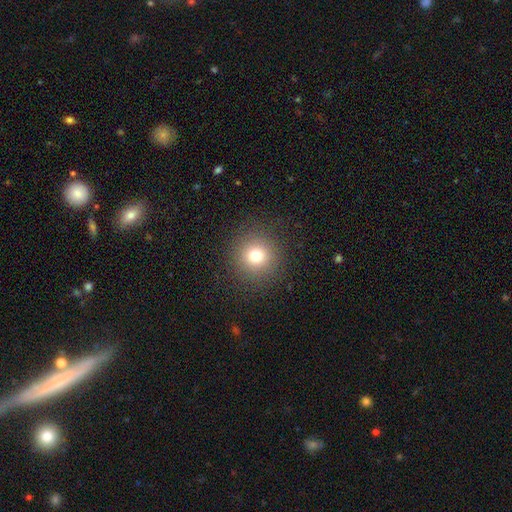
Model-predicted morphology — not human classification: This is likely a smooth galaxy (75%). How rounded: clearly round (95%). Merging: clearly none (89%).